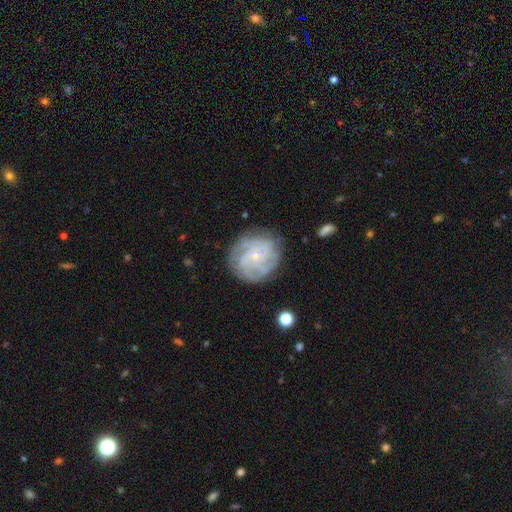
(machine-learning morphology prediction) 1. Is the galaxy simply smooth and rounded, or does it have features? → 81% featured or disk, 12% smooth, 7% star or artifact.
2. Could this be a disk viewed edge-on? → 98% no, 2% yes.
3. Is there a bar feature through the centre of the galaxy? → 72% no, 24% weak, 4% strong.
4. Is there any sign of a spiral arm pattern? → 96% yes, 4% no.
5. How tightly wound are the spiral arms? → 64% tight, 30% medium, 6% loose.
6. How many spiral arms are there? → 27% can't tell, 25% 4, 23% 3, 11% 2, 8% more than 4, 7% 1.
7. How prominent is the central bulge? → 79% small, 12% moderate, 7% none, 1% large, 1% dominant.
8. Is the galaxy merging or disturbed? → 80% none, 14% minor disturbance, 5% major disturbance, 1% merger.